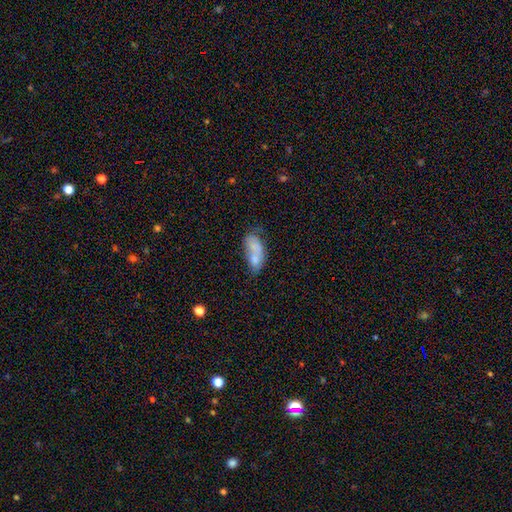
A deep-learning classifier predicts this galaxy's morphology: Smooth or featured?
  - smooth: 66% *
  - featured or disk: 24%
  - star or artifact: 10%
How rounded?
  - in between: 84% *
  - cigar-shaped: 10%
  - round: 6%
Merging?
  - merger: 41% *
  - none: 25%
  - minor disturbance: 19%
  - major disturbance: 15%